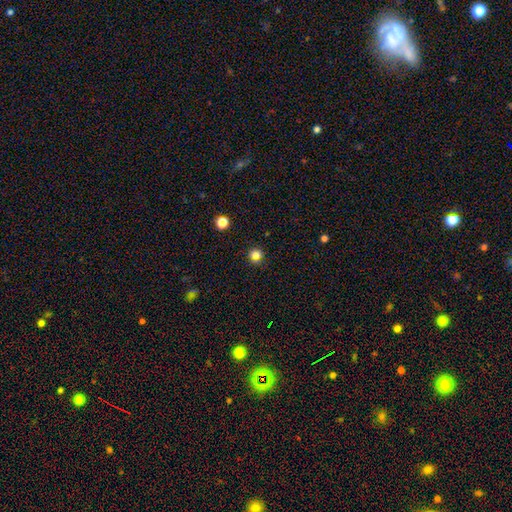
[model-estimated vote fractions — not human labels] Smooth or featured? smooth (71%)
How rounded? round (92%)
Merging? none (86%)